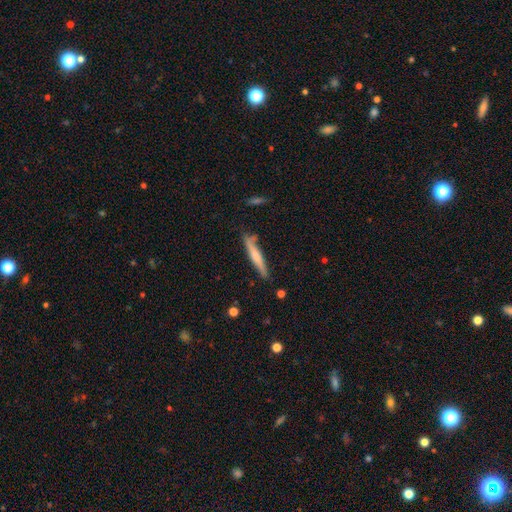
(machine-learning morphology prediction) Q: Smooth or featured?
A: smooth (58%); runner-up: featured or disk (36%)
Q: How rounded?
A: cigar-shaped (93%); runner-up: in between (5%)
Q: Merging?
A: none (78%); runner-up: minor disturbance (15%)